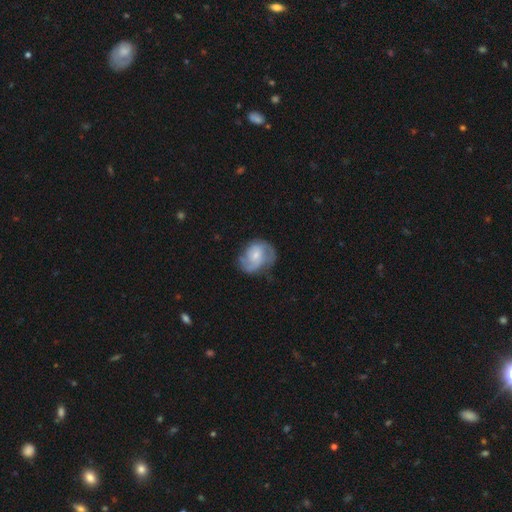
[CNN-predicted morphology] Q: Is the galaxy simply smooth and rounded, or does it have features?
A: featured or disk — 62%.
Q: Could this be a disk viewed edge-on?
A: no — 97%.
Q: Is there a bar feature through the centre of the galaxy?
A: no — 66%.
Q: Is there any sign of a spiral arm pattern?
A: yes — 84%.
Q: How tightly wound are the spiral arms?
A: medium — 44%.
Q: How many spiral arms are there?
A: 2 — 60%.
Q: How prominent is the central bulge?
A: small — 57%.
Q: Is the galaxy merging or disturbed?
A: none — 51%.